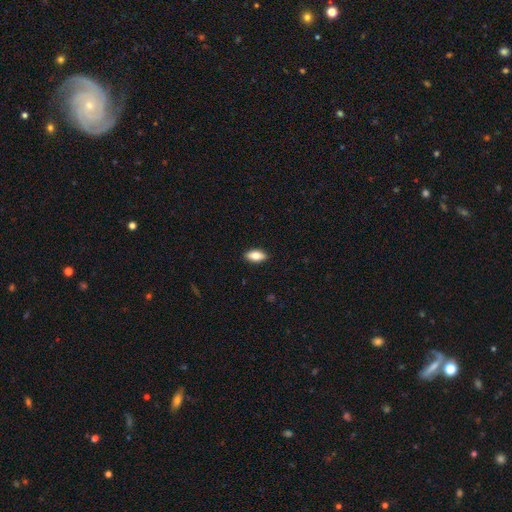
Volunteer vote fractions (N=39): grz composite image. It shows a smooth galaxy with no disk features (72%) that is in between round and cigar-shaped (86%). Merging: none (89%).